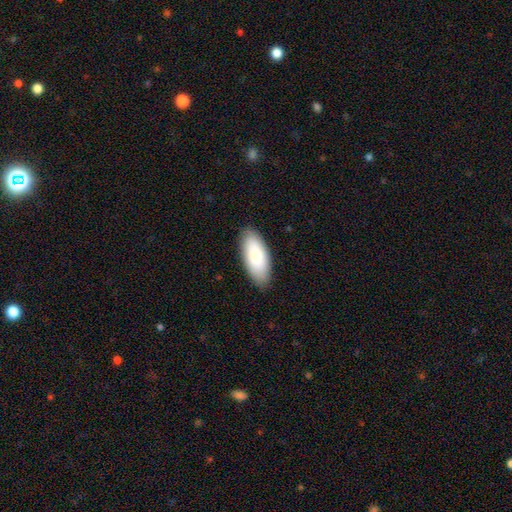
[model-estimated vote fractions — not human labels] Smooth or featured: smooth — 81% (featured or disk — 13%)
How rounded: in between — 84% (cigar-shaped — 14%)
Merging: none — 88% (minor disturbance — 10%)